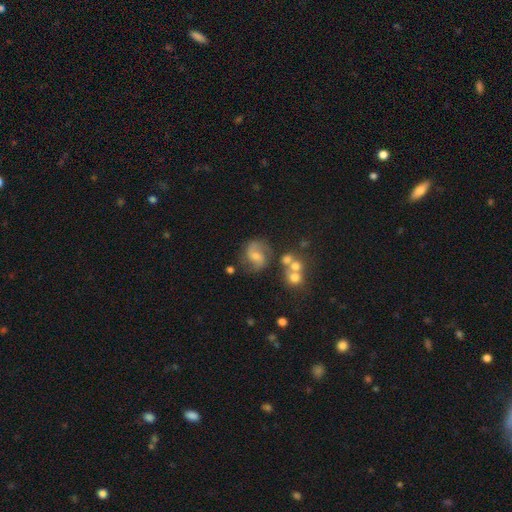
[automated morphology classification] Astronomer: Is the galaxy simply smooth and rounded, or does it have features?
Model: featured or disk — 72%.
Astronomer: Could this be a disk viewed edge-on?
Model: no — 98%.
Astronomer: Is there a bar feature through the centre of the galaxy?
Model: weak — 47% (runner-up: no, 40%).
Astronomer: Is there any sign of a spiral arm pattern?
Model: yes — 92%.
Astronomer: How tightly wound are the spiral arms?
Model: medium — 49% (runner-up: loose, 36%).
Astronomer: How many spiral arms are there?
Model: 2 — 88%.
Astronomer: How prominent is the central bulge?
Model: moderate — 43%, tied with small at 43%.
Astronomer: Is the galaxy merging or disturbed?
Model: none — 64%.